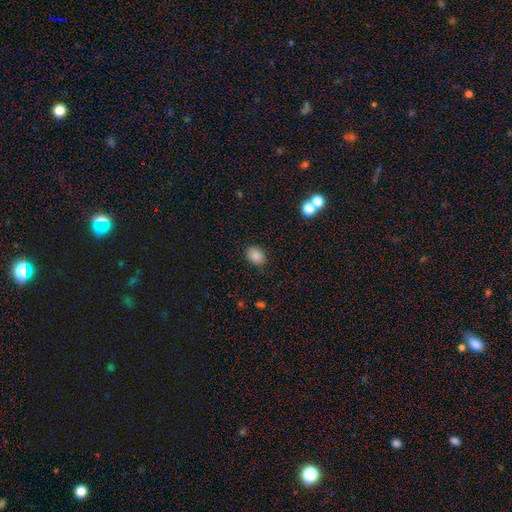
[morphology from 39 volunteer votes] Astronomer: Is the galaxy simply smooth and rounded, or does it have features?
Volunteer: smooth — 87%.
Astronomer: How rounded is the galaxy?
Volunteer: in between — 56% (runner-up: round, 44%).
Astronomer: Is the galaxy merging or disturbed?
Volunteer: none — 91%.